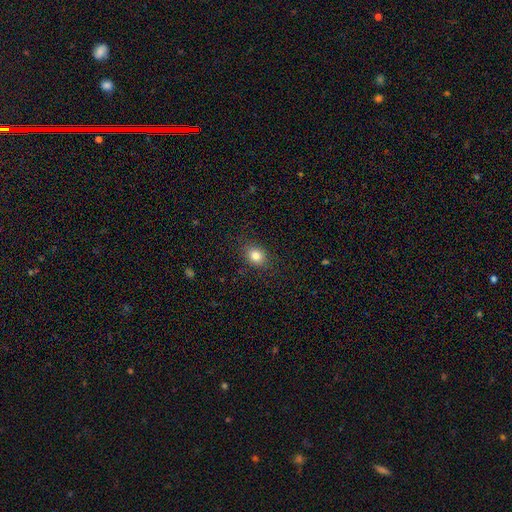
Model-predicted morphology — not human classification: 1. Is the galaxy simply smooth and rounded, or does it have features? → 82% smooth, 11% star or artifact, 7% featured or disk.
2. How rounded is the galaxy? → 52% round, 47% in between, 1% cigar-shaped.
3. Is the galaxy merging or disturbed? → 86% none, 10% minor disturbance, 3% major disturbance, 1% merger.